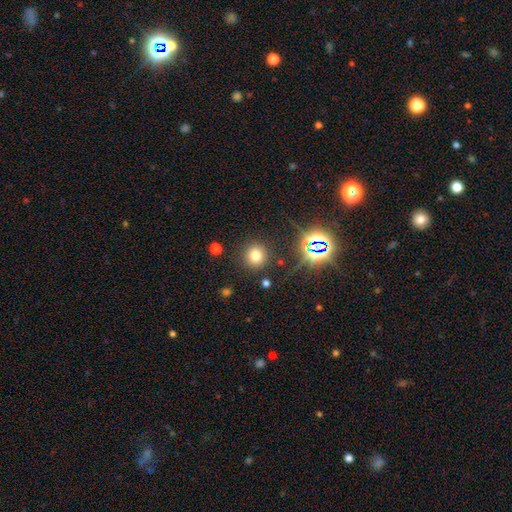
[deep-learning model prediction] Smooth or featured?
  - smooth: 71% *
  - star or artifact: 21%
  - featured or disk: 8%
How rounded?
  - round: 91% *
  - in between: 8%
  - cigar-shaped: 1%
Merging?
  - none: 87% *
  - minor disturbance: 7%
  - major disturbance: 3%
  - merger: 3%